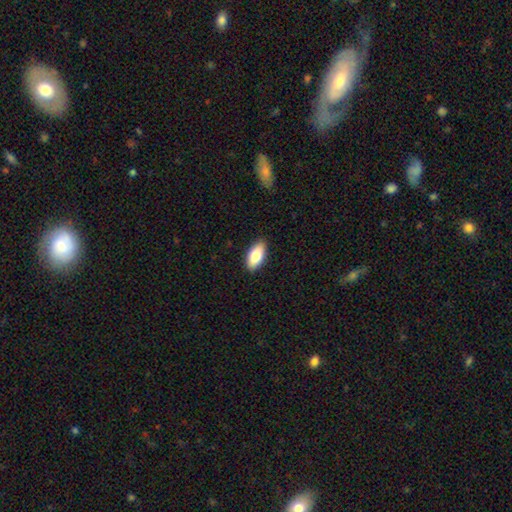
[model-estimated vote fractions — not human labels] Smooth or featured?
  - smooth: 80% *
  - featured or disk: 14%
  - star or artifact: 6%
How rounded?
  - in between: 89% *
  - cigar-shaped: 8%
  - round: 3%
Merging?
  - none: 89% *
  - minor disturbance: 8%
  - major disturbance: 2%
  - merger: 1%